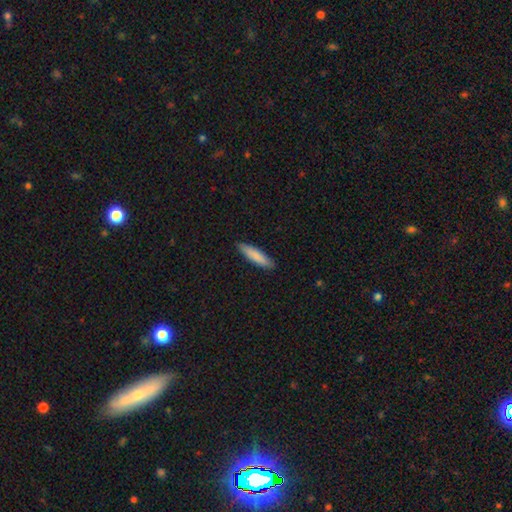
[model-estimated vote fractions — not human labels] Smooth or featured? Predicted: smooth (p=0.82). How rounded? Predicted: cigar-shaped (p=0.78). Merging? Predicted: none (p=0.88).